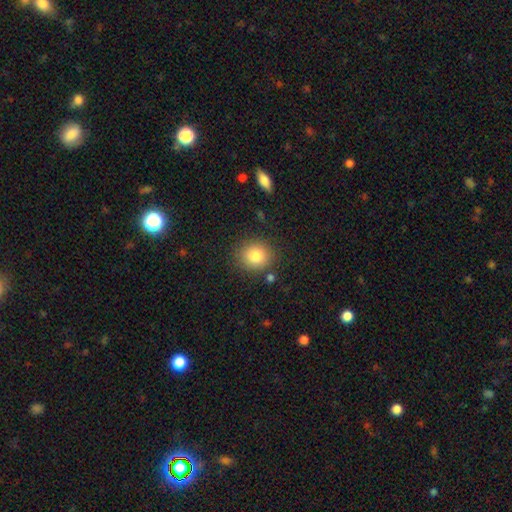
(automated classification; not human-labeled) This is clearly a smooth galaxy (83%). How rounded: likely round (80%). Merging: clearly none (83%).